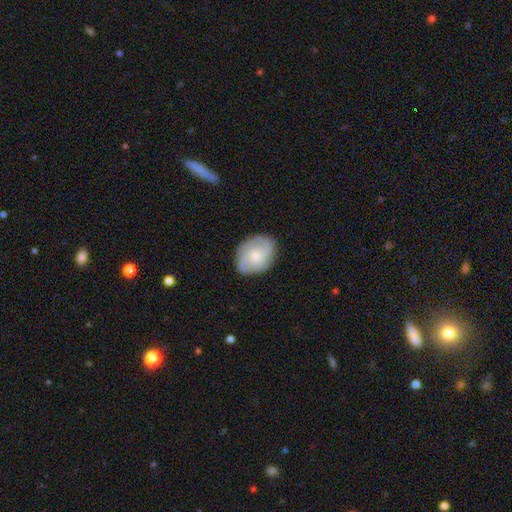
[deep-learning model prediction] This is possibly a featured or disk galaxy (59%). It is clearly not viewed edge-on (97%). Bar: likely no (75%). Spiral arm pattern: clearly yes (90%). Spiral arm count: marginally 3 (31%). Spiral winding: marginally medium (43%). Central bulge: likely small (66%). Merging: clearly none (80%).